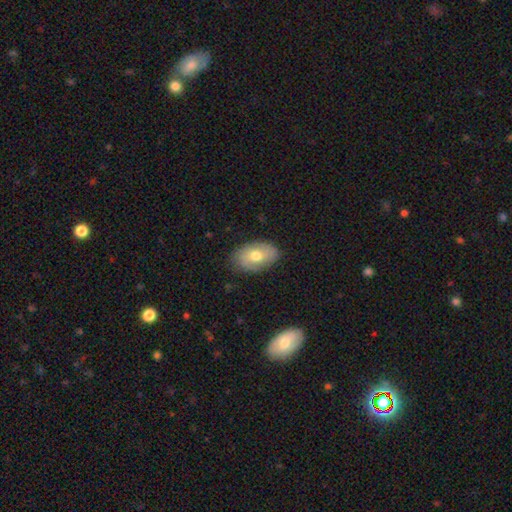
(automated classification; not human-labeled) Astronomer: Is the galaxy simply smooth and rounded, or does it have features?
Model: smooth — 63%.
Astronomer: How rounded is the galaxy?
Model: in between — 90%.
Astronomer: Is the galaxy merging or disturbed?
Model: none — 80%.